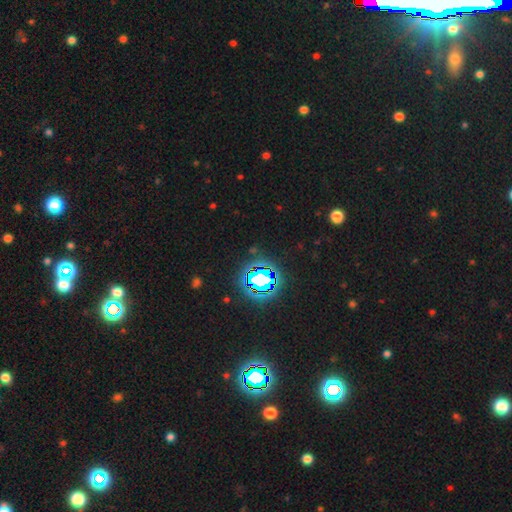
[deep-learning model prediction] This appears to be a star or artifact, not a galaxy (80%).